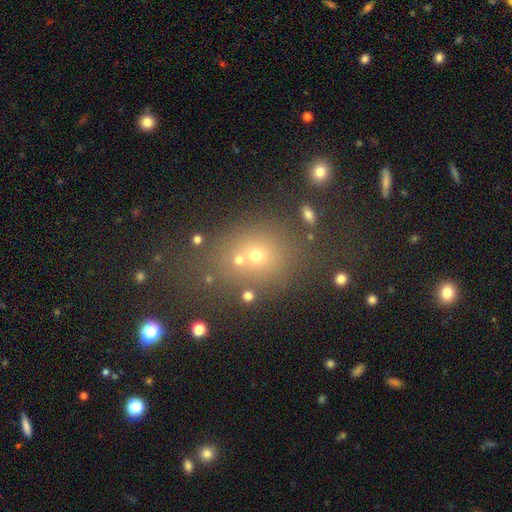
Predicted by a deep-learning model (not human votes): Smooth or featured? smooth (60%)
How rounded? round (68%)
Merging? none (59%)